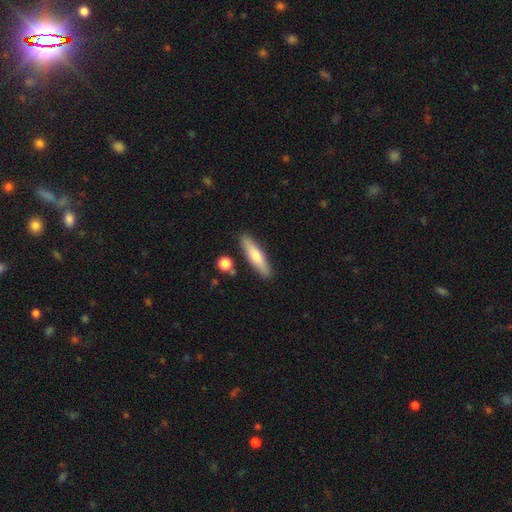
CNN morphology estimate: smooth-or-featured: smooth: 70% | featured or disk: 25% | star or artifact: 6%
  how-rounded: cigar-shaped: 77% | in between: 22% | round: 2%
  merging: none: 86% | minor disturbance: 9% | merger: 3% | major disturbance: 2%